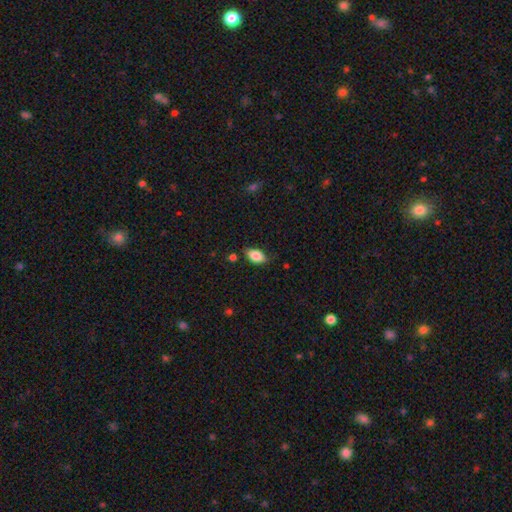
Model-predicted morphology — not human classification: Smooth or featured: smooth — 84% (featured or disk — 9%)
How rounded: in between — 91% (round — 6%)
Merging: none — 78% (minor disturbance — 17%)